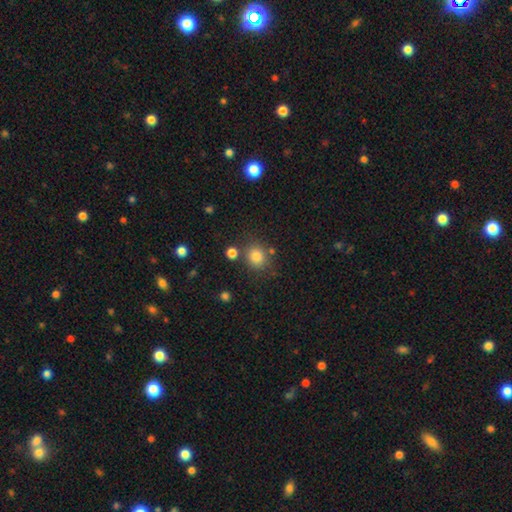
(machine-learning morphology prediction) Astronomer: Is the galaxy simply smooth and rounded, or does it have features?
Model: smooth — 82%.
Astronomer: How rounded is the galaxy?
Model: round — 81%.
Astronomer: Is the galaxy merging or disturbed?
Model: none — 77%.